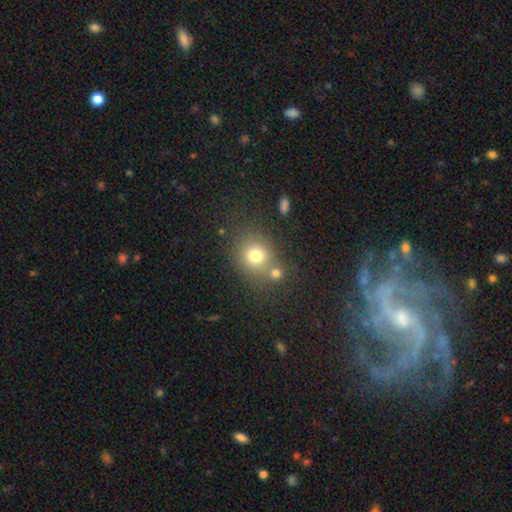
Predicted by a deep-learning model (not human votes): Smooth or featured? Predicted: smooth (p=0.74). How rounded? Predicted: round (p=0.71). Merging? Predicted: none (p=0.59).